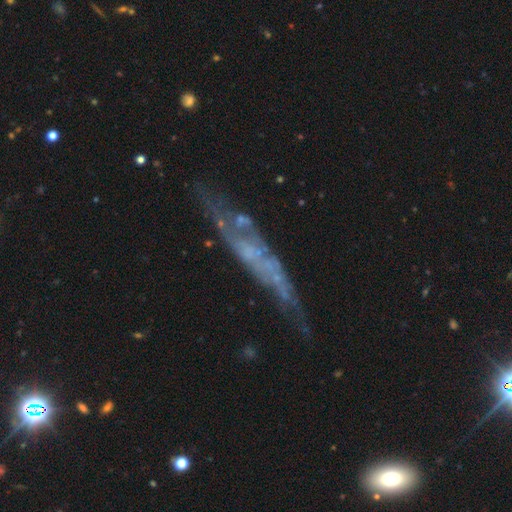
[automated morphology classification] Smooth or featured: featured or disk — 68% (smooth — 19%)
Edge-on disk: yes — 59% (no — 41%)
Merging: none — 60% (minor disturbance — 23%)